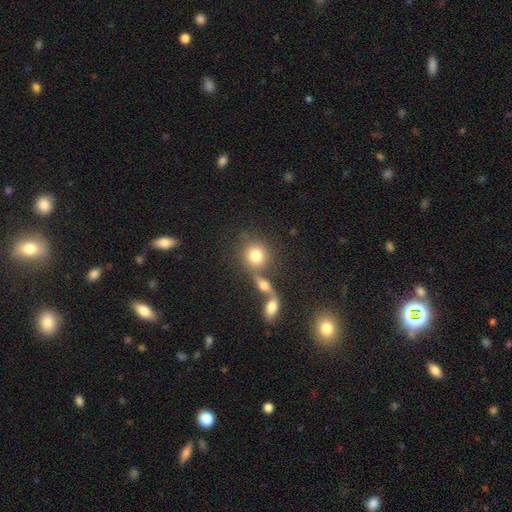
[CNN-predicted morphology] A smooth galaxy with no disk features (78%) that is round (79%).

Vote fractions:
- Smooth or featured? smooth: 78% / featured or disk: 13% / star or artifact: 9%
- How rounded? round: 79% / in between: 19% / cigar-shaped: 2%
- Merging? none: 48% / merger: 36% / minor disturbance: 9% / major disturbance: 6%